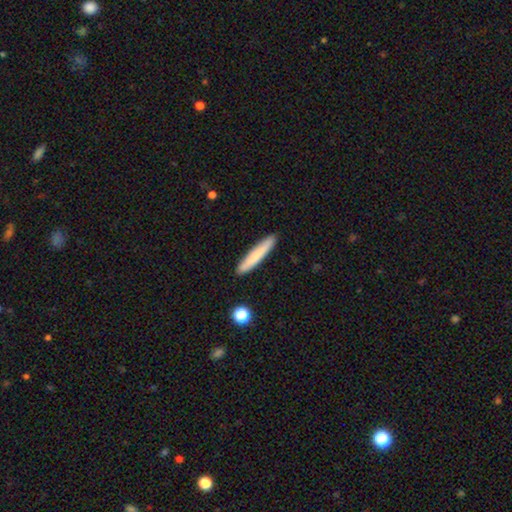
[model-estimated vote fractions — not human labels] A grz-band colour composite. It shows a smooth galaxy with no disk features (75%) that is cigar-shaped (94%). Merging: none (90%).